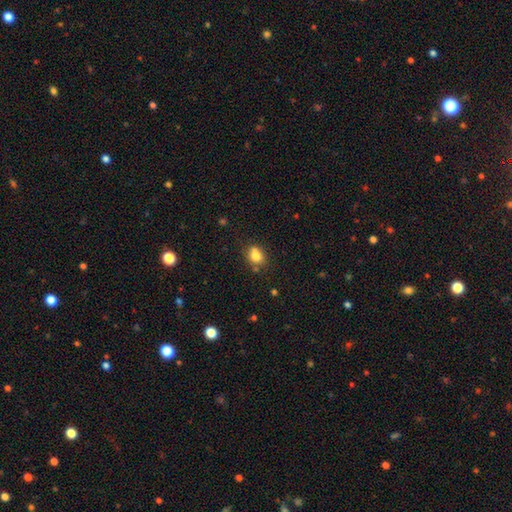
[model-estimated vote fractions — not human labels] Morphology: type=smooth (77%); roundness=round (58%); merging=none (54%).